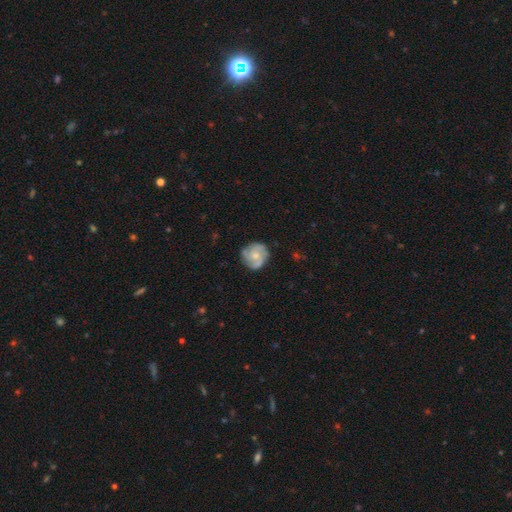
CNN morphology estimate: Smooth or featured?
  - featured or disk: 66% *
  - smooth: 28%
  - star or artifact: 6%
Edge-on disk?
  - no: 98% *
  - yes: 2%
Bar?
  - no: 79% *
  - weak: 19%
  - strong: 3%
Spiral arms?
  - yes: 91% *
  - no: 9%
Spiral winding?
  - tight: 46% *
  - medium: 41%
  - loose: 13%
Spiral arm count?
  - 3: 52% *
  - 2: 15%
  - can't tell: 15%
  - 4: 10%
  - 1: 4%
  - more than 4: 4%
Bulge size?
  - small: 53% *
  - moderate: 42%
  - none: 2%
  - large: 1%
  - dominant: 1%
Merging?
  - none: 75% *
  - minor disturbance: 19%
  - major disturbance: 5%
  - merger: 1%